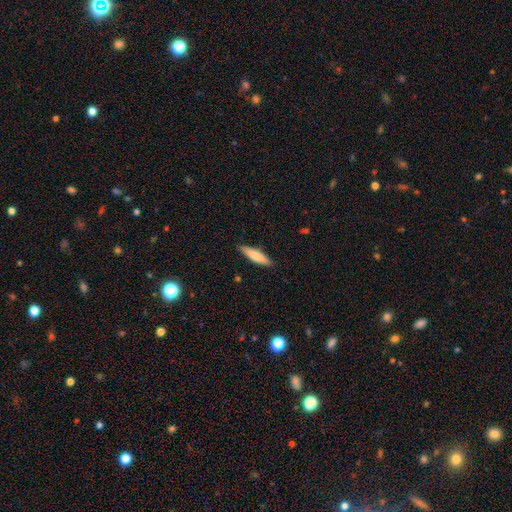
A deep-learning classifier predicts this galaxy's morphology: A smooth galaxy with no disk features (79%) that is cigar-shaped (72%). Merging: none (89%).